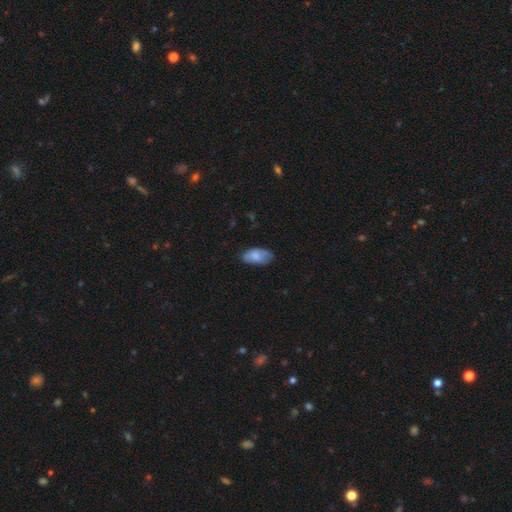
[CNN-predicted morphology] This is likely a smooth galaxy (77%). How rounded: clearly in between (93%). Merging: likely none (70%).